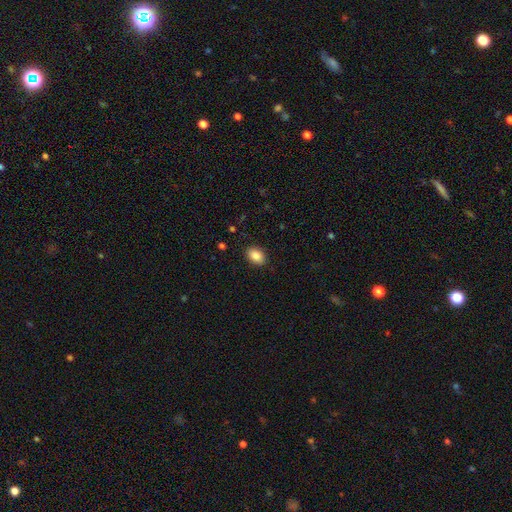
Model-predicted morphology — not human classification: smooth-or-featured: smooth: 88% | star or artifact: 8% | featured or disk: 4%
  how-rounded: in between: 84% | round: 15% | cigar-shaped: 1%
  merging: none: 89% | minor disturbance: 8% | major disturbance: 2% | merger: 1%